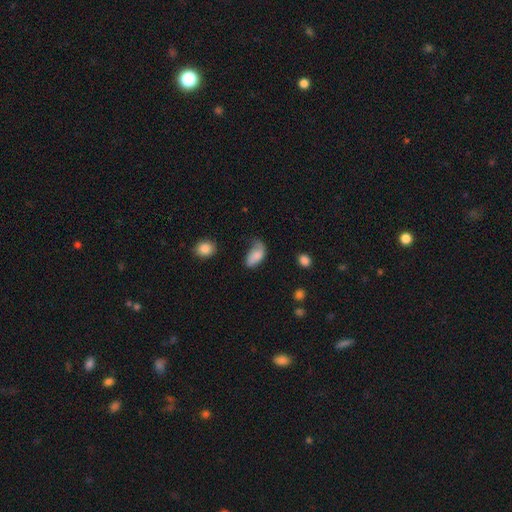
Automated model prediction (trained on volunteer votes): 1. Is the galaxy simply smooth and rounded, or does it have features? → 77% smooth, 15% featured or disk, 8% star or artifact.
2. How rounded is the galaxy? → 93% in between, 4% round, 3% cigar-shaped.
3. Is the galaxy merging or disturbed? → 39% minor disturbance, 33% none, 24% major disturbance, 3% merger.